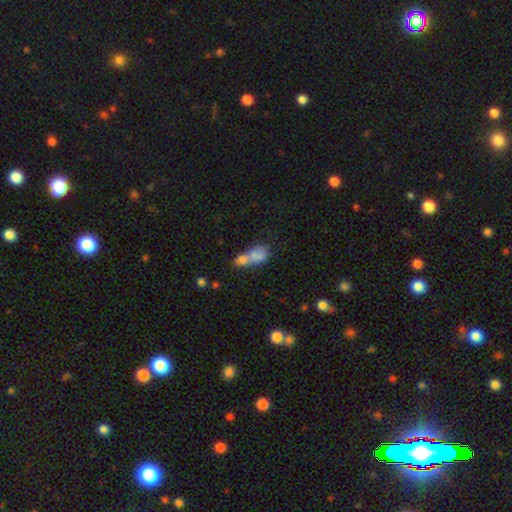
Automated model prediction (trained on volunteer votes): Smooth or featured? Predicted: smooth (p=0.69). How rounded? Predicted: in between (p=0.68). Merging? Predicted: merger (p=0.70).